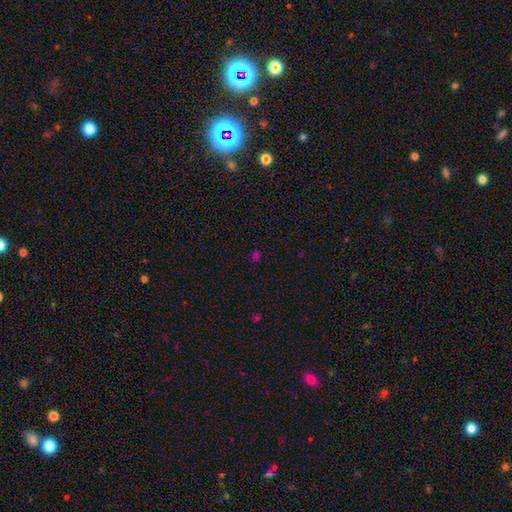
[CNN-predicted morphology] Smooth or featured?
  - smooth: 50% *
  - star or artifact: 44%
  - featured or disk: 6%
How rounded?
  - round: 60% *
  - in between: 38%
  - cigar-shaped: 2%
Merging?
  - none: 77% *
  - minor disturbance: 12%
  - major disturbance: 6%
  - merger: 5%